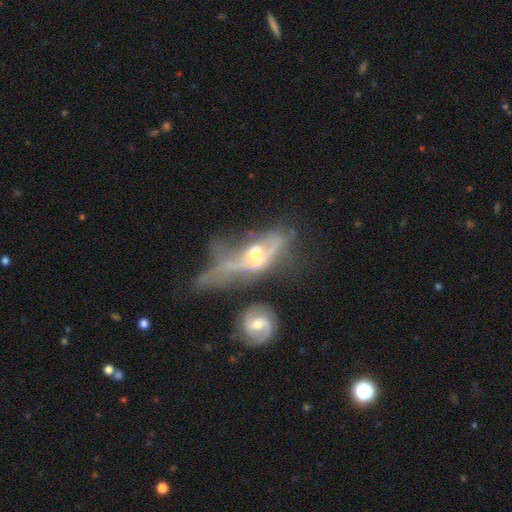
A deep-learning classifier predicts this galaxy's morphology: Smooth or featured?
  - featured or disk: 67% *
  - smooth: 21%
  - star or artifact: 12%
Edge-on disk?
  - no: 66% *
  - yes: 34%
Merging?
  - major disturbance: 41% *
  - merger: 27%
  - none: 18%
  - minor disturbance: 14%